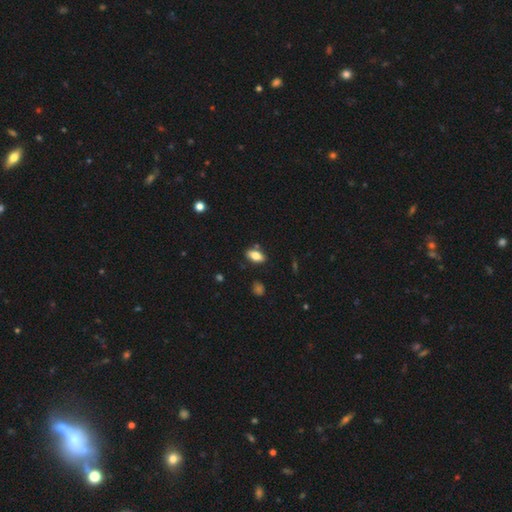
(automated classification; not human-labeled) A smooth galaxy with no disk features (77%) that is in between round and cigar-shaped (88%).

Vote fractions:
- Smooth or featured? smooth: 77% / featured or disk: 15% / star or artifact: 8%
- How rounded? in between: 88% / cigar-shaped: 7% / round: 4%
- Merging? none: 81% / minor disturbance: 12% / merger: 5% / major disturbance: 2%